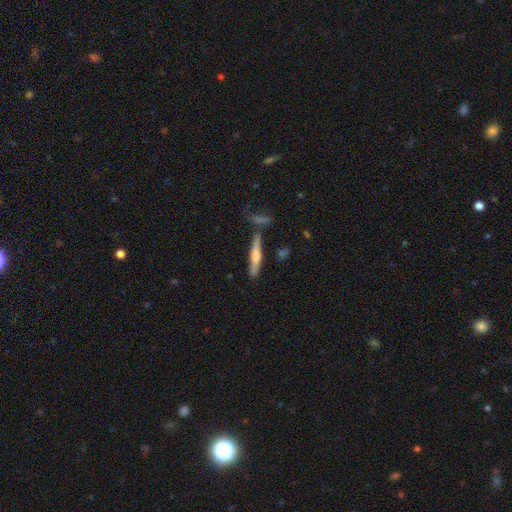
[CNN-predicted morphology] This appears to be a smooth galaxy with no disk features (54%) that is cigar-shaped (90%). Merging: none (73%).